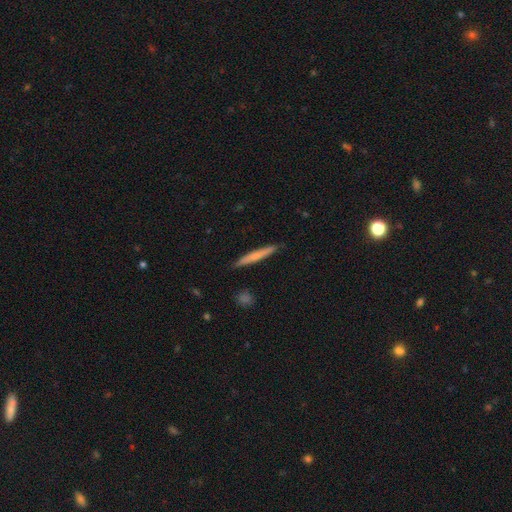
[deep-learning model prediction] Smooth or featured? Predicted: smooth (p=0.62). How rounded? Predicted: cigar-shaped (p=0.96). Merging? Predicted: none (p=0.90).